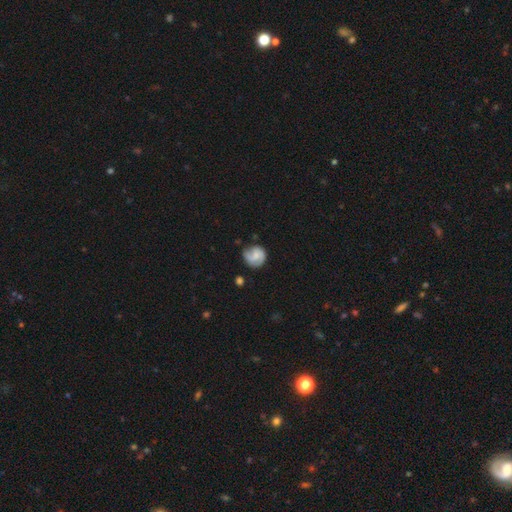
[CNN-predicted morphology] featured or disk 51%, smooth 42%, star or artifact 7%. Down the decision tree: edge-on disk — no (98%); merging — none (63%).